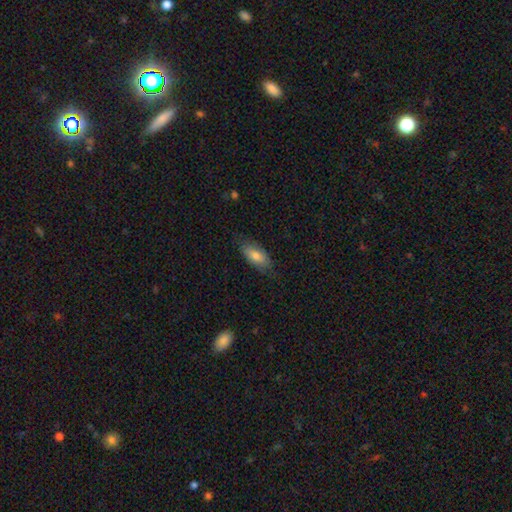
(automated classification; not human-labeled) A smooth galaxy with no disk features (76%) that is in between round and cigar-shaped (88%).

Vote fractions:
- Smooth or featured? smooth: 76% / featured or disk: 17% / star or artifact: 6%
- How rounded? in between: 88% / cigar-shaped: 10% / round: 3%
- Merging? none: 77% / minor disturbance: 18% / major disturbance: 4% / merger: 1%